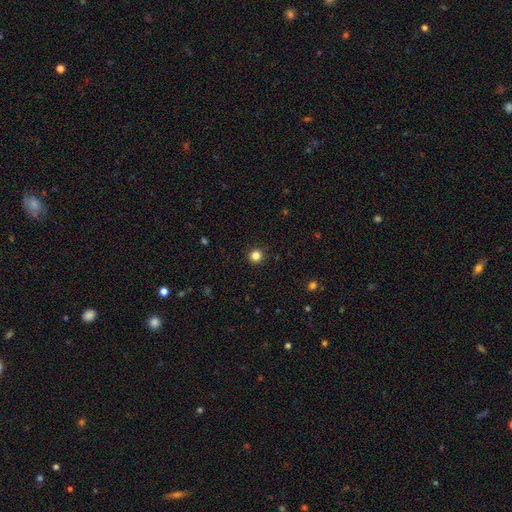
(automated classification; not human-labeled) Smooth or featured? smooth (83%)
How rounded? round (95%)
Merging? none (92%)